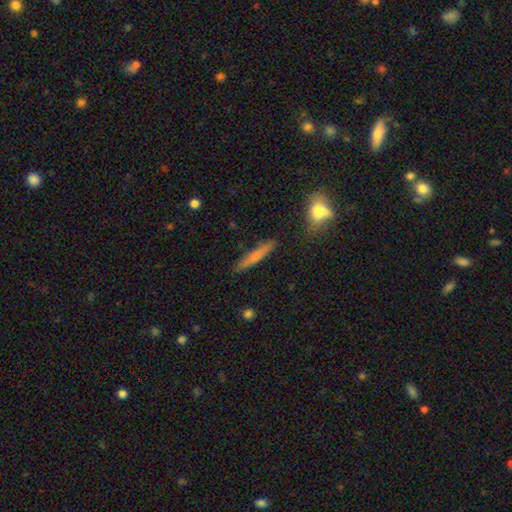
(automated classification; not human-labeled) A smooth galaxy with no disk features (67%) that is cigar-shaped (92%).

Vote fractions:
- Smooth or featured? smooth: 67% / featured or disk: 26% / star or artifact: 7%
- How rounded? cigar-shaped: 92% / in between: 6% / round: 2%
- Merging? none: 86% / minor disturbance: 9% / merger: 3% / major disturbance: 2%